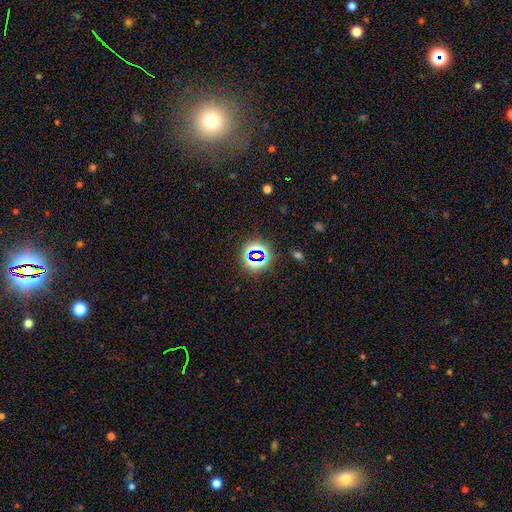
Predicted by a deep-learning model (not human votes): Overall: star or artifact (70%).